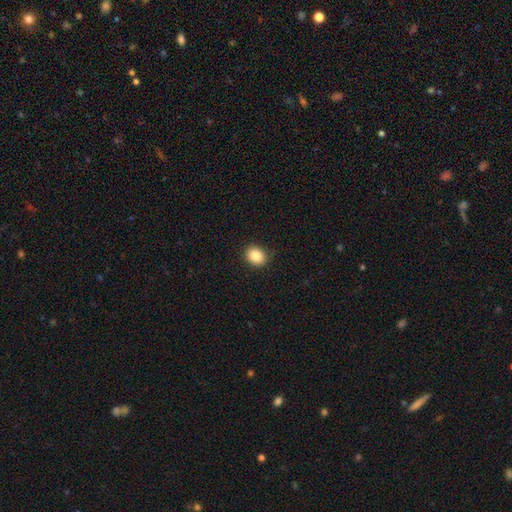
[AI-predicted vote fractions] The model was most divided on "how rounded": round: 60%, in between: 39%, cigar-shaped: 1%. More confident: merging — none (87%); smooth or featured — smooth (85%).